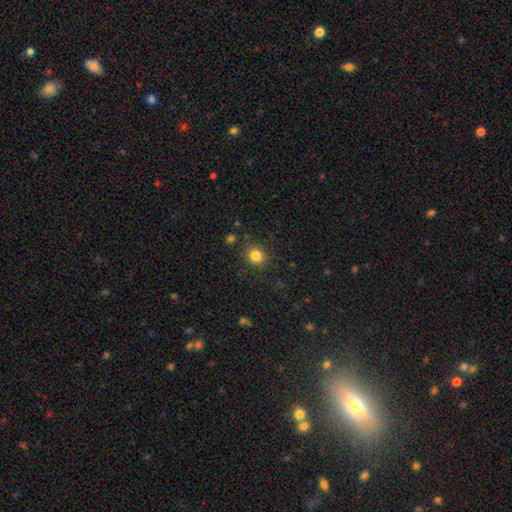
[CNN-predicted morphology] Smooth or featured? Predicted: smooth (p=0.83). How rounded? Predicted: round (p=0.84). Merging? Predicted: none (p=0.87).